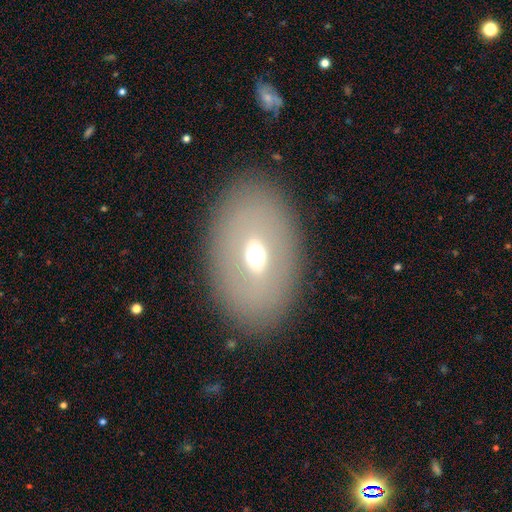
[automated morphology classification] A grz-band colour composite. It shows a smooth galaxy with no disk features (50%). Merging: none (85%).